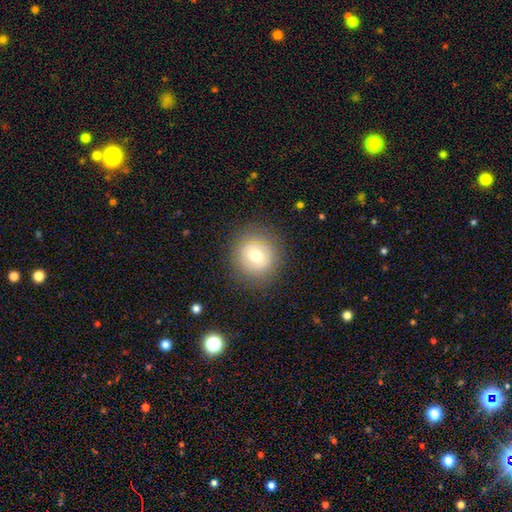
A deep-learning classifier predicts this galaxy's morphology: Q: Smooth or featured?
A: smooth (64%); runner-up: featured or disk (25%)
Q: How rounded?
A: round (93%); runner-up: in between (6%)
Q: Merging?
A: none (85%); runner-up: minor disturbance (10%)